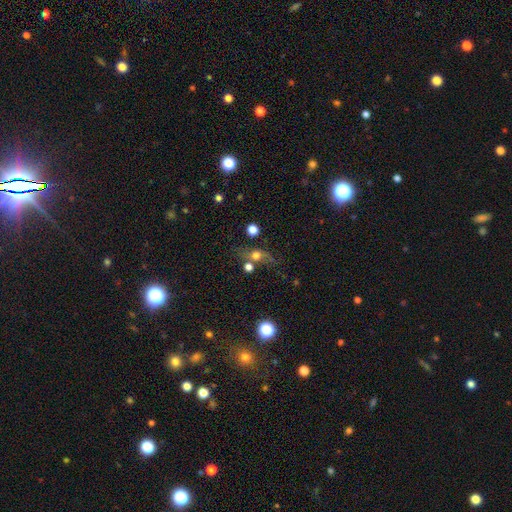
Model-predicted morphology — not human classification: Smooth or featured: smooth — 51% (featured or disk — 31%)
How rounded: round — 43% (in between — 41%)
Merging: none — 58% (minor disturbance — 16%)